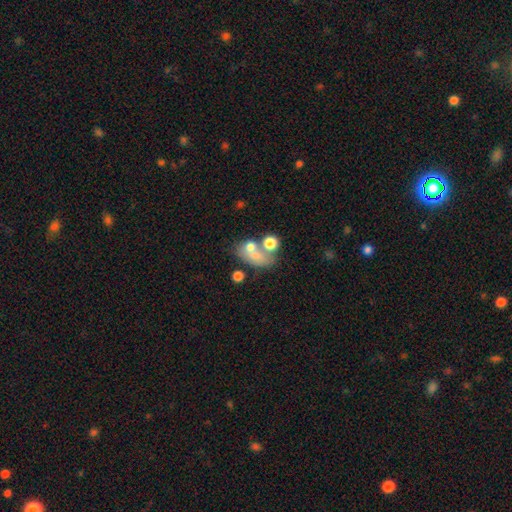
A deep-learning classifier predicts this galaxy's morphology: A smooth galaxy with no disk features (61%) that is in between round and cigar-shaped (69%).

Vote fractions:
- Smooth or featured? smooth: 61% / featured or disk: 25% / star or artifact: 14%
- How rounded? in between: 69% / round: 29% / cigar-shaped: 3%
- Merging? merger: 46% / none: 30% / minor disturbance: 12% / major disturbance: 12%